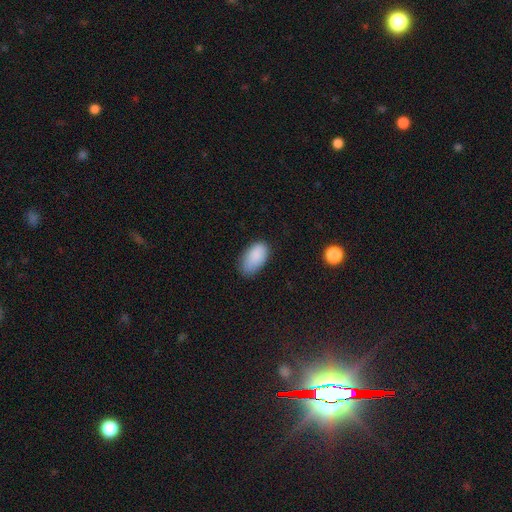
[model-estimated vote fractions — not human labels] Q: Smooth or featured?
A: smooth (88%); runner-up: star or artifact (7%)
Q: How rounded?
A: in between (95%); runner-up: round (3%)
Q: Merging?
A: none (71%); runner-up: minor disturbance (23%)